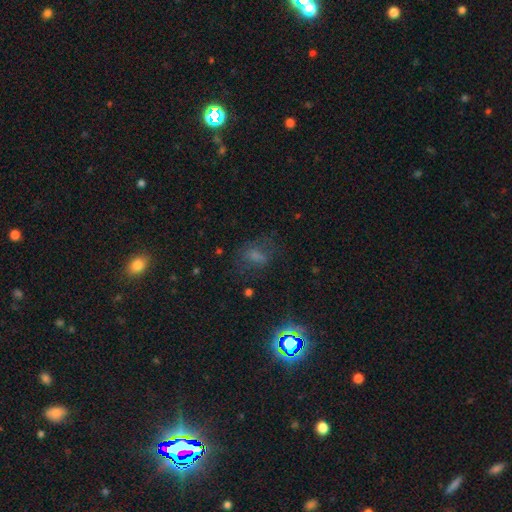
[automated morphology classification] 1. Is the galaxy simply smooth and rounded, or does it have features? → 51% smooth, 27% star or artifact, 22% featured or disk.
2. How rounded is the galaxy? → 70% in between, 25% round, 5% cigar-shaped.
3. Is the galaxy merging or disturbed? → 56% none, 21% minor disturbance, 20% major disturbance, 2% merger.